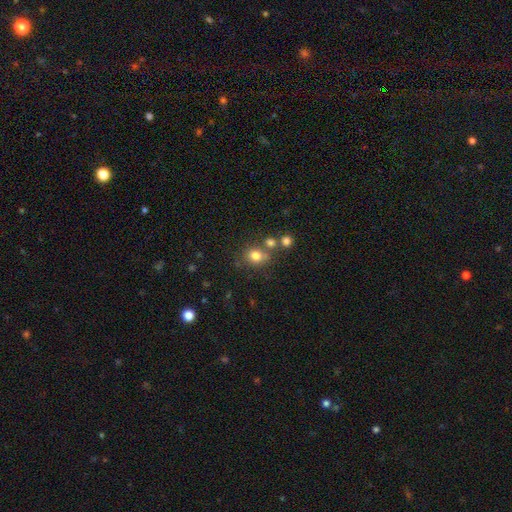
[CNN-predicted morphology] smooth-or-featured: smooth: 77% | star or artifact: 14% | featured or disk: 9%
  how-rounded: round: 69% | in between: 30% | cigar-shaped: 1%
  merging: none: 64% | merger: 19% | minor disturbance: 12% | major disturbance: 5%